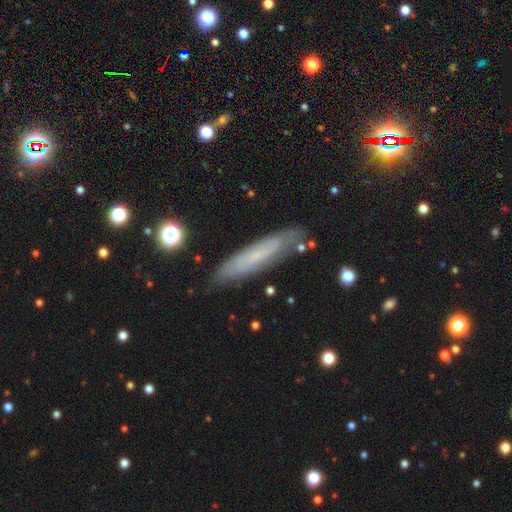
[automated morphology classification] Smooth or featured? smooth (46%)
Merging? none (82%)